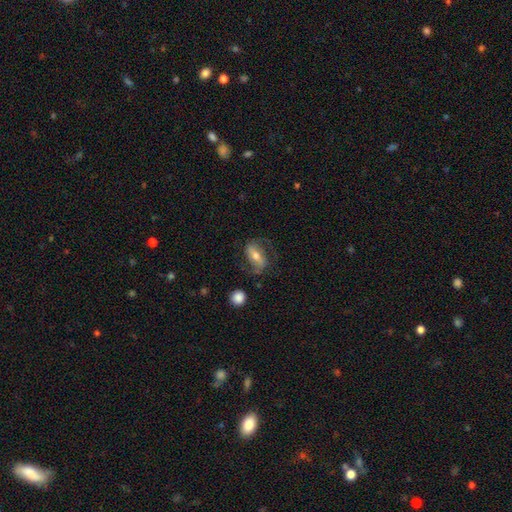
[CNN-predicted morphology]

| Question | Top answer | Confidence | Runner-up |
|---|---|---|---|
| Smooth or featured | featured or disk | 62% | smooth (30%) |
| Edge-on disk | no | 91% | yes (9%) |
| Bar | strong | 51% | weak (27%) |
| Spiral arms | yes | 82% | no (18%) |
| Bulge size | moderate | 63% | small (27%) |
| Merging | none | 65% | minor disturbance (19%) |